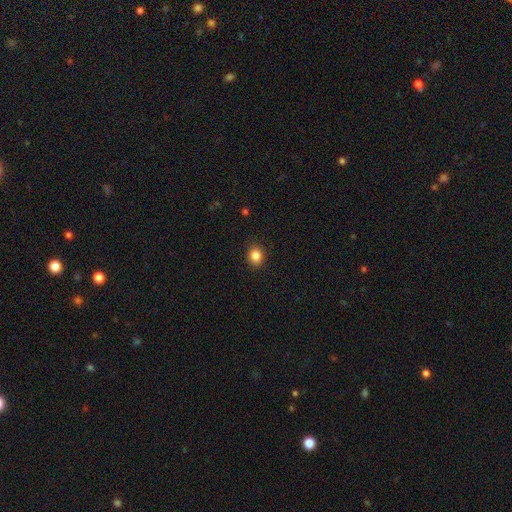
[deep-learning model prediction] This is clearly a smooth galaxy (85%). How rounded: likely round (77%). Merging: clearly none (90%).